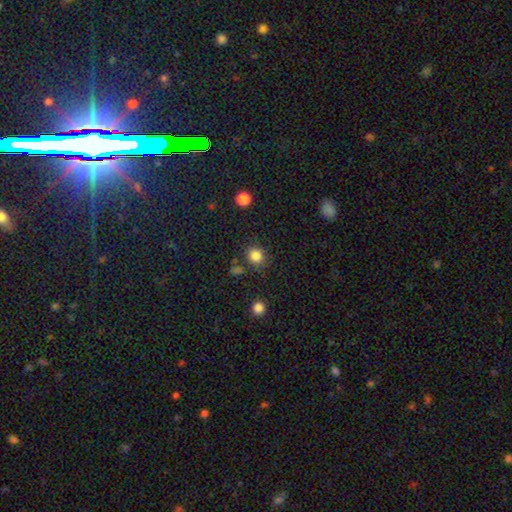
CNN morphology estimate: Smooth or featured? Predicted: smooth (p=0.84). How rounded? Predicted: round (p=0.82). Merging? Predicted: none (p=0.80).